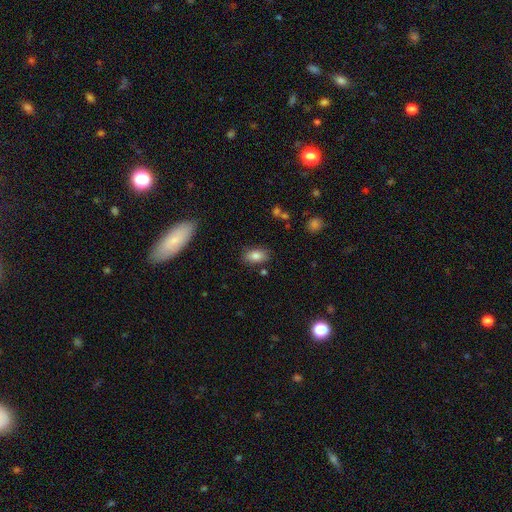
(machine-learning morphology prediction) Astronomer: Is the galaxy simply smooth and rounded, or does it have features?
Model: smooth — 83%.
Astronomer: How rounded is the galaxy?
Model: in between — 90%.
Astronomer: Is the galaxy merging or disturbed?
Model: none — 81%.